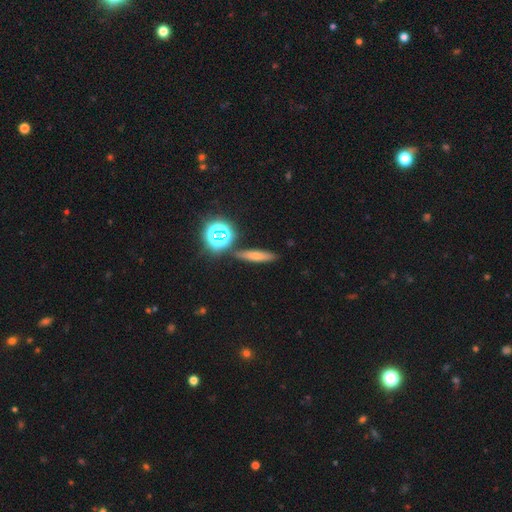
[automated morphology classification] The model was most divided on "smooth or featured": smooth: 62%, star or artifact: 20%, featured or disk: 18%. More confident: merging — none (83%); how rounded — cigar-shaped (73%).